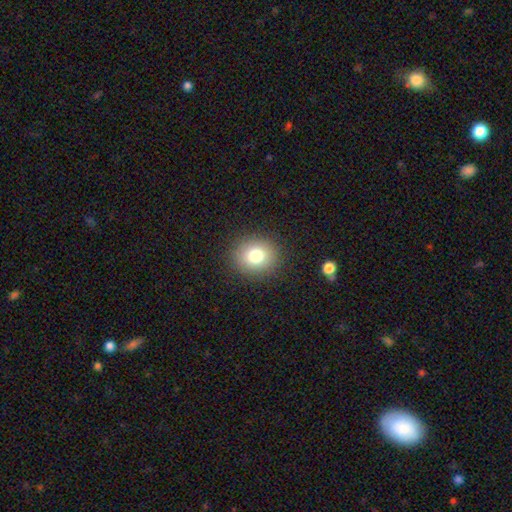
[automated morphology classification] Smooth or featured?
  - smooth: 78% *
  - star or artifact: 12%
  - featured or disk: 9%
How rounded?
  - round: 80% *
  - in between: 20%
  - cigar-shaped: 1%
Merging?
  - none: 89% *
  - minor disturbance: 7%
  - major disturbance: 3%
  - merger: 1%